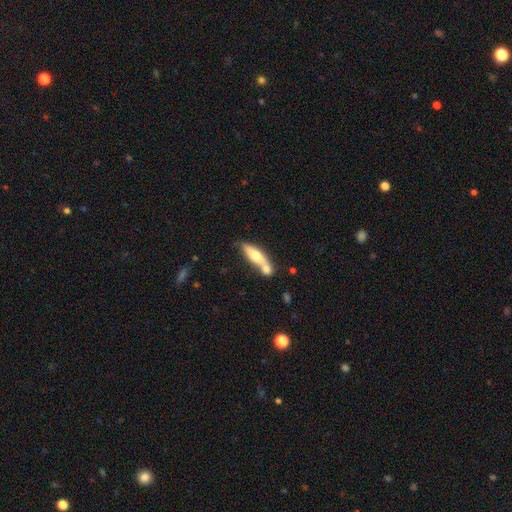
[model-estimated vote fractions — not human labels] smooth_or_featured: smooth (p=0.59) [alt: featured or disk p=0.35]
how_rounded: cigar-shaped (p=0.56) [alt: in between p=0.41]
merging: none (p=0.43) [alt: merger p=0.40]